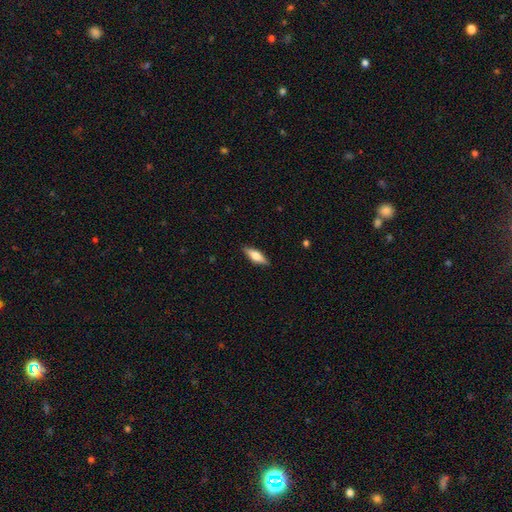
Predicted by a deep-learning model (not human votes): Q: Smooth or featured?
A: smooth (59%); runner-up: featured or disk (35%)
Q: How rounded?
A: in between (57%); runner-up: cigar-shaped (41%)
Q: Merging?
A: none (88%); runner-up: minor disturbance (9%)